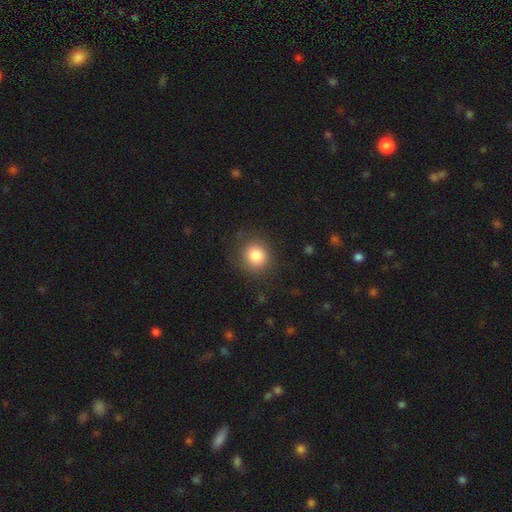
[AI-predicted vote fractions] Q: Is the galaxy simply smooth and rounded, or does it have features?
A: smooth — 83%.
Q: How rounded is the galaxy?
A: round — 85%.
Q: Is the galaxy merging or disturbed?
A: none — 85%.